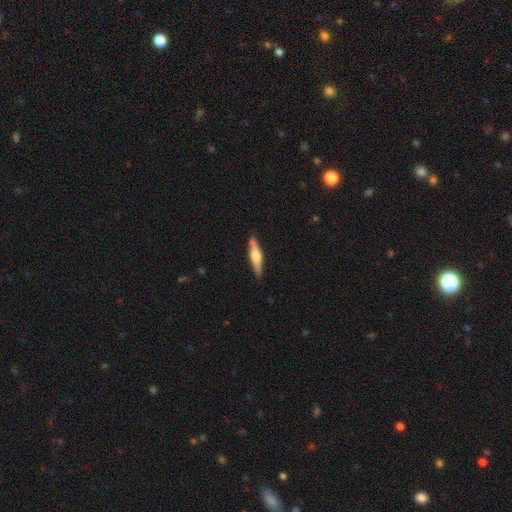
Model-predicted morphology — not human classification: Smooth or featured? featured or disk (54%)
Edge-on disk? yes (95%)
Edge-on bulge? rounded (81%)
Merging? none (84%)